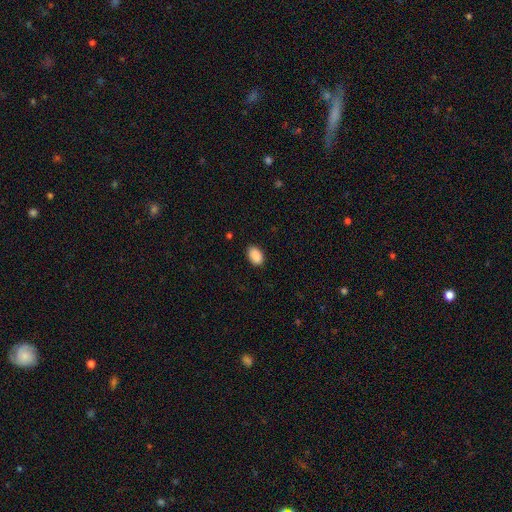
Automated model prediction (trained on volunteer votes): smooth-or-featured: smooth: 90% | star or artifact: 7% | featured or disk: 3%
  how-rounded: in between: 90% | round: 9% | cigar-shaped: 1%
  merging: none: 87% | minor disturbance: 10% | major disturbance: 2% | merger: 1%